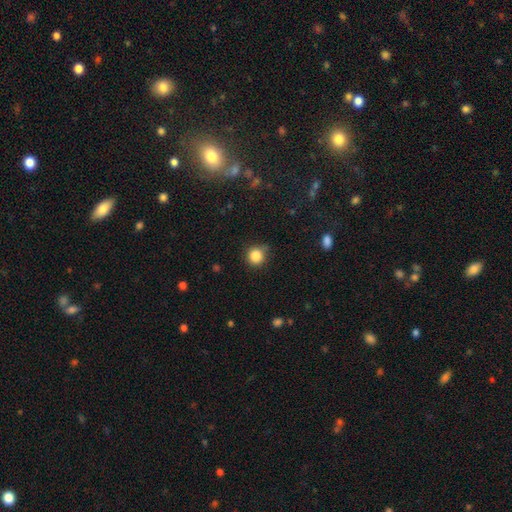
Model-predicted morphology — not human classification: Overall: smooth (84%). How rounded: round (91%). Merging: none (76%).